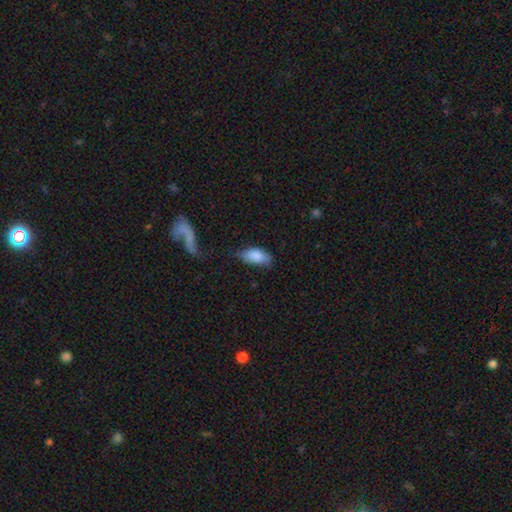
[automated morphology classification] Smooth or featured? Predicted: smooth (p=0.83). How rounded? Predicted: in between (p=0.89). Merging? Predicted: none (p=0.58).